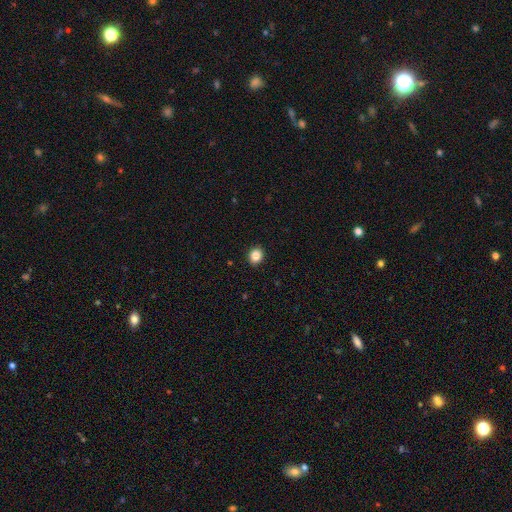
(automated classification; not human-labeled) This appears to be a smooth galaxy with no disk features (86%) that is round (71%). Merging: none (92%).